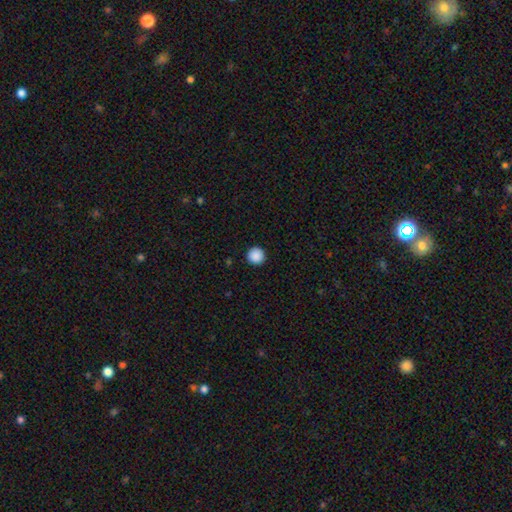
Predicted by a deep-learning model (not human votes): This is clearly a smooth galaxy (89%). How rounded: clearly round (96%). Merging: clearly none (93%).